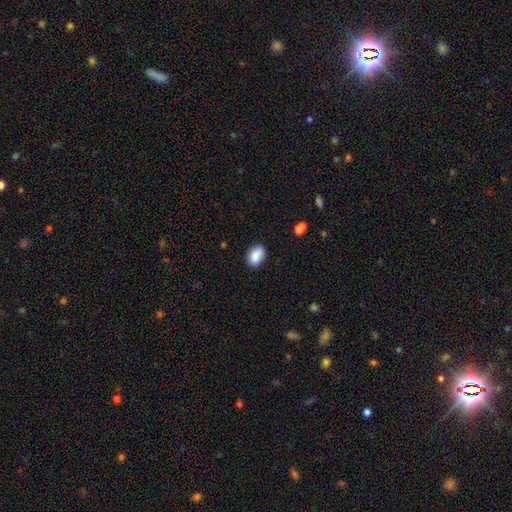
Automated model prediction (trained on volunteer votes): This is clearly a smooth galaxy (87%). How rounded: clearly in between (85%). Merging: clearly none (81%).